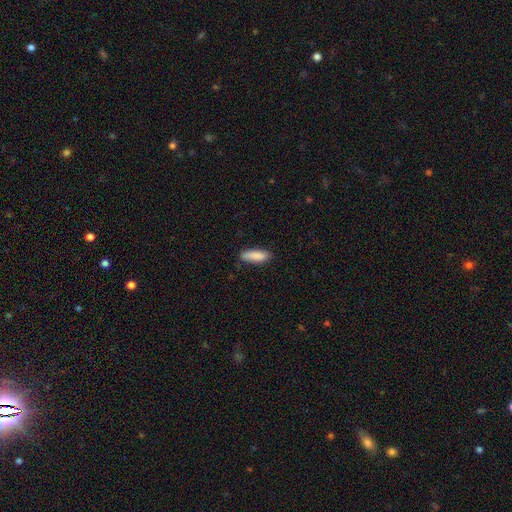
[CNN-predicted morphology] This is clearly a smooth galaxy (89%). How rounded: possibly in between (56%). Merging: clearly none (81%).